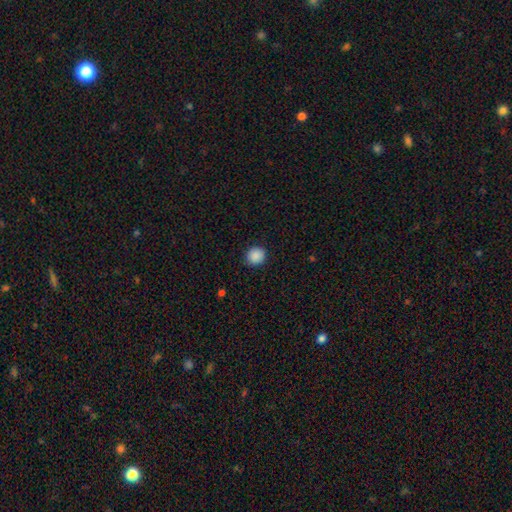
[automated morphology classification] A smooth galaxy with no disk features (89%) that is round (81%).

Vote fractions:
- Smooth or featured? smooth: 89% / star or artifact: 9% / featured or disk: 2%
- How rounded? round: 81% / in between: 18% / cigar-shaped: 1%
- Merging? none: 90% / minor disturbance: 7% / major disturbance: 2% / merger: 1%